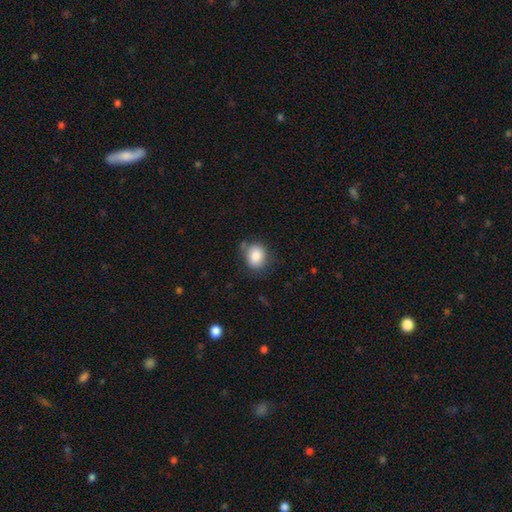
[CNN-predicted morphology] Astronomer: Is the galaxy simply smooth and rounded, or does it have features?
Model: smooth — 86%.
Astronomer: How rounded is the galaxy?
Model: round — 51% (runner-up: in between, 48%).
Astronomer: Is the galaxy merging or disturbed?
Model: none — 68%.